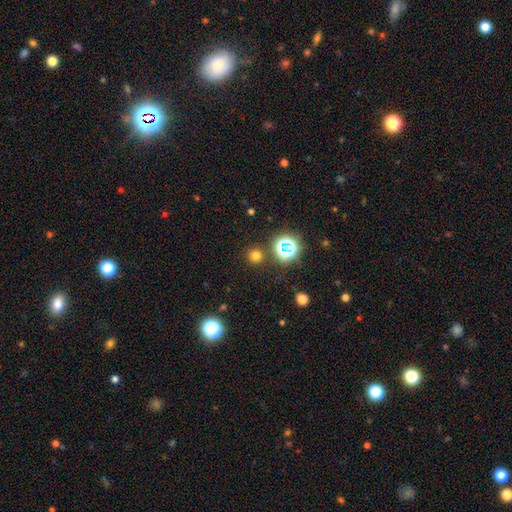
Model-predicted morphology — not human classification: Smooth or featured? smooth (69%)
How rounded? round (94%)
Merging? none (88%)